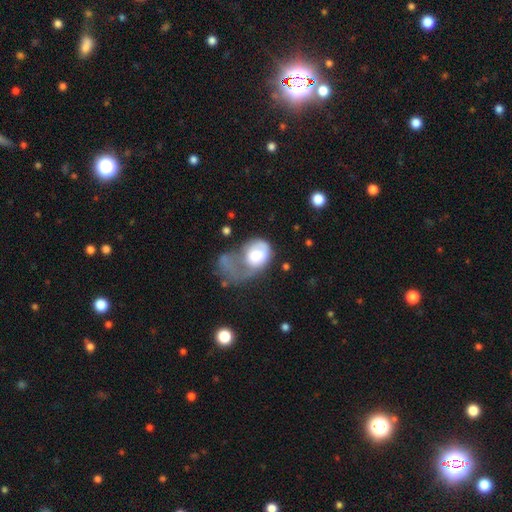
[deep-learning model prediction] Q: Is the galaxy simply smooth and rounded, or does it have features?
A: smooth — 56%.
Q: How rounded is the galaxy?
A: in between — 64%.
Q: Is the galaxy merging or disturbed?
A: major disturbance — 64%.